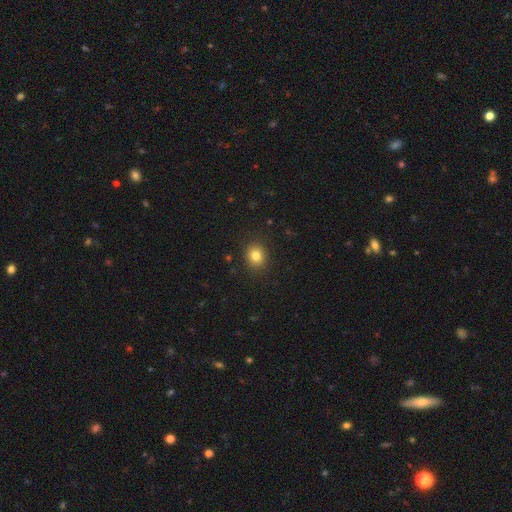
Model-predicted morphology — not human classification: This appears to be a smooth galaxy with no disk features (82%) that is round (72%). Merging: none (89%).